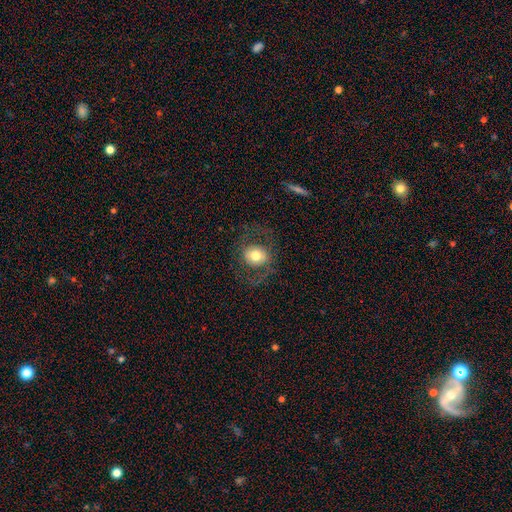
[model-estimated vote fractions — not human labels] Q: Smooth or featured?
A: smooth (56%); runner-up: featured or disk (35%)
Q: How rounded?
A: round (75%); runner-up: in between (24%)
Q: Merging?
A: none (74%); runner-up: major disturbance (13%)